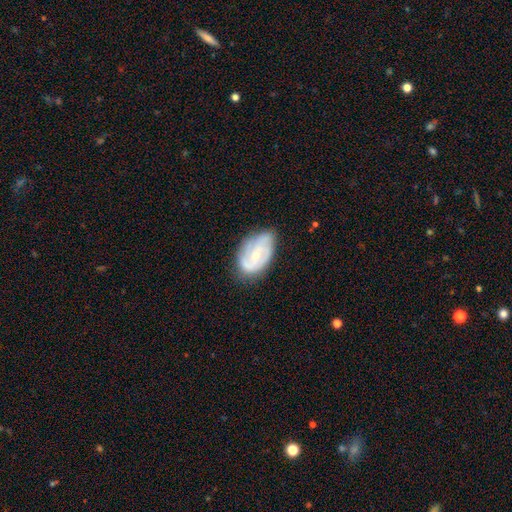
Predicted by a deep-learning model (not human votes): smooth_or_featured: featured or disk (p=0.72) [alt: smooth p=0.22]
disk_edge_on: no (p=0.97) [alt: yes p=0.03]
bar: no (p=0.52) [alt: weak p=0.39]
has_spiral_arms: yes (p=0.89) [alt: no p=0.11]
spiral_winding: medium (p=0.42) [tied with: tight p=0.42]
spiral_arm_count: 2 (p=0.50) [alt: can't tell p=0.23]
bulge_size: small (p=0.62) [alt: moderate p=0.33]
merging: none (p=0.64) [alt: minor disturbance p=0.27]